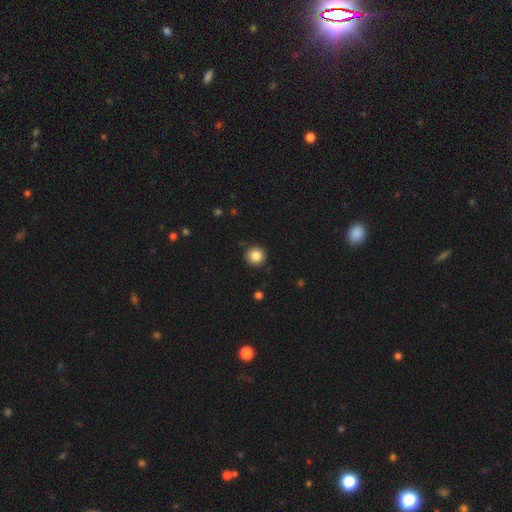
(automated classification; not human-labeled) Q: Smooth or featured?
A: smooth (84%); runner-up: star or artifact (10%)
Q: How rounded?
A: round (94%); runner-up: in between (5%)
Q: Merging?
A: none (89%); runner-up: minor disturbance (7%)